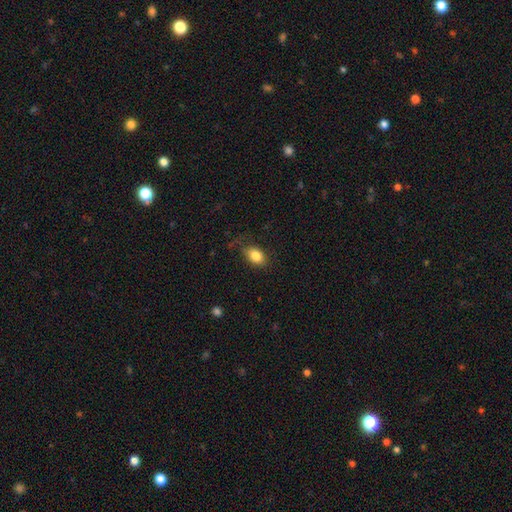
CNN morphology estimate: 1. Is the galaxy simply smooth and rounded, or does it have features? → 84% smooth, 8% star or artifact, 8% featured or disk.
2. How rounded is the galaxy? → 82% in between, 16% round, 2% cigar-shaped.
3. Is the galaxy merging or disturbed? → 74% none, 18% minor disturbance, 6% major disturbance, 1% merger.